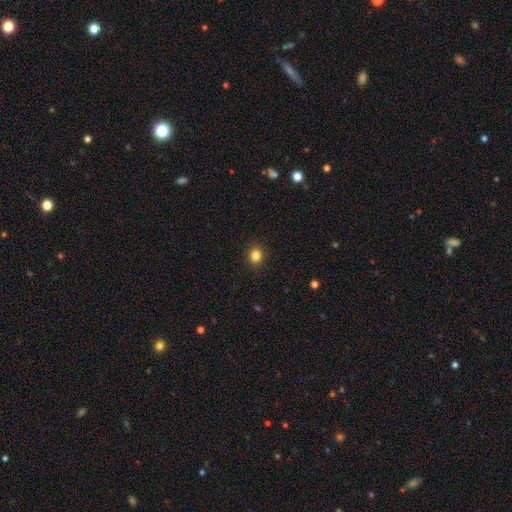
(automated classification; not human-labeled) A smooth galaxy with no disk features (84%) that is round (63%).

Vote fractions:
- Smooth or featured? smooth: 84% / star or artifact: 12% / featured or disk: 5%
- How rounded? round: 63% / in between: 36% / cigar-shaped: 1%
- Merging? none: 90% / minor disturbance: 7% / major disturbance: 2% / merger: 1%